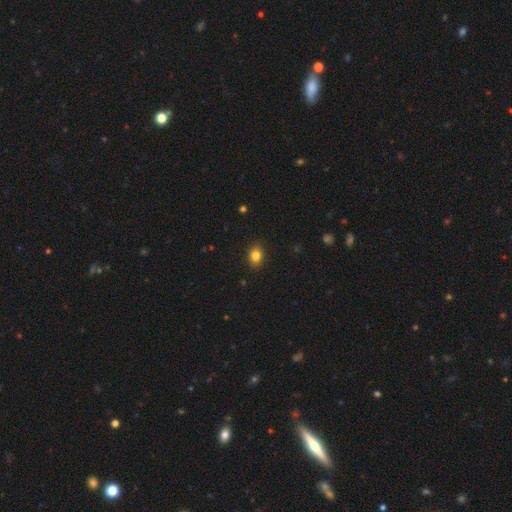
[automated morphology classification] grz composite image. It shows a smooth galaxy with no disk features (83%) that is in between round and cigar-shaped (62%). Merging: none (88%).